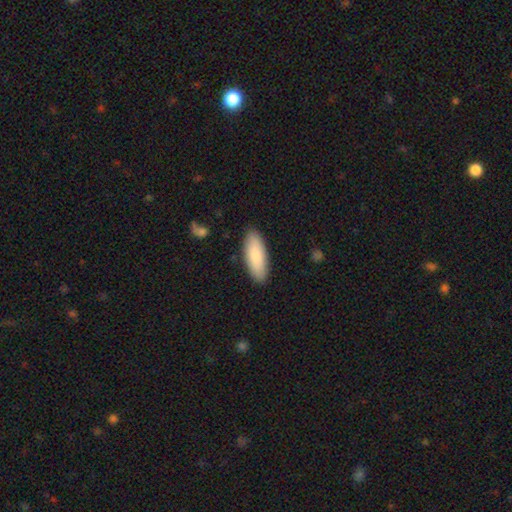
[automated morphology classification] Smooth or featured? smooth (86%)
How rounded? in between (69%)
Merging? none (88%)